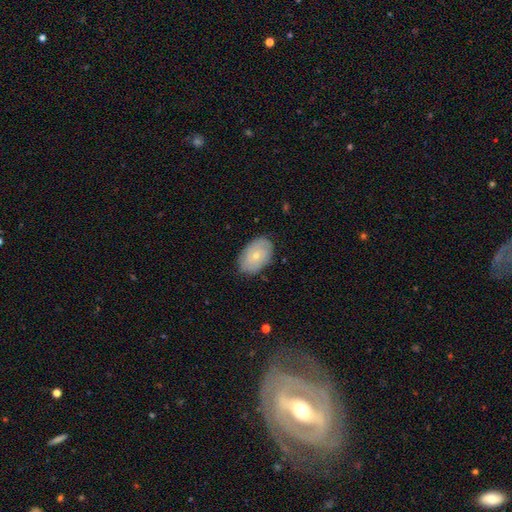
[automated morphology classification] This appears to be a smooth galaxy with no disk features (52%) that is in between round and cigar-shaped (87%). Merging: none (79%).